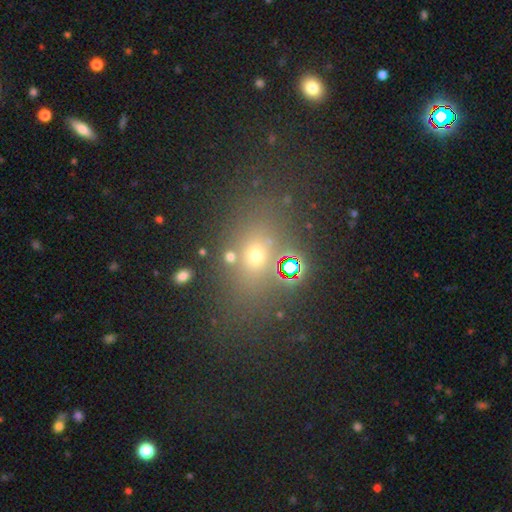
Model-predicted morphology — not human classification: This appears to be a smooth galaxy with no disk features (58%) that is in between round and cigar-shaped (60%). Merging: none (71%).